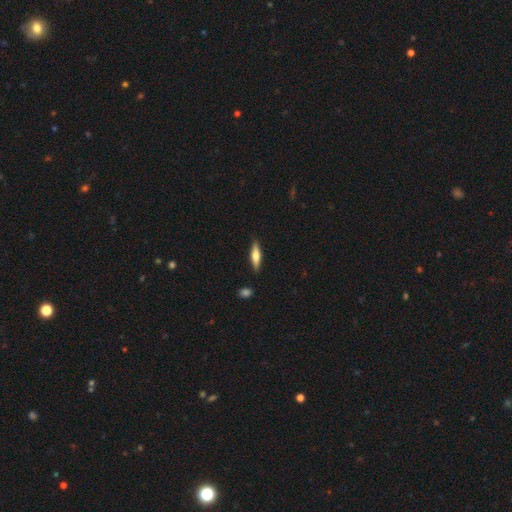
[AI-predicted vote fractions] Smooth or featured? smooth (55%)
How rounded? cigar-shaped (69%)
Merging? none (88%)